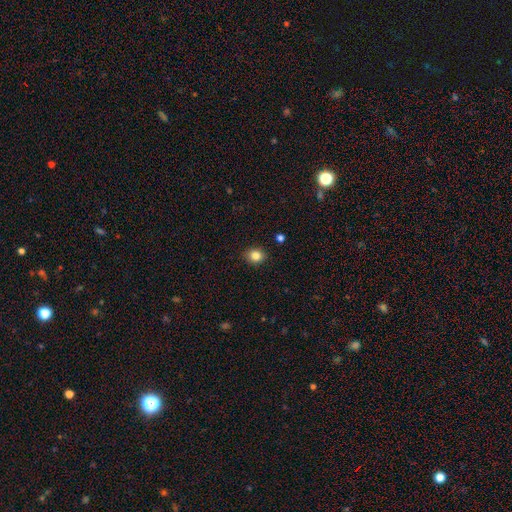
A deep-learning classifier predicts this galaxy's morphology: This appears to be a smooth galaxy with no disk features (83%) that is round (63%). Merging: none (89%).